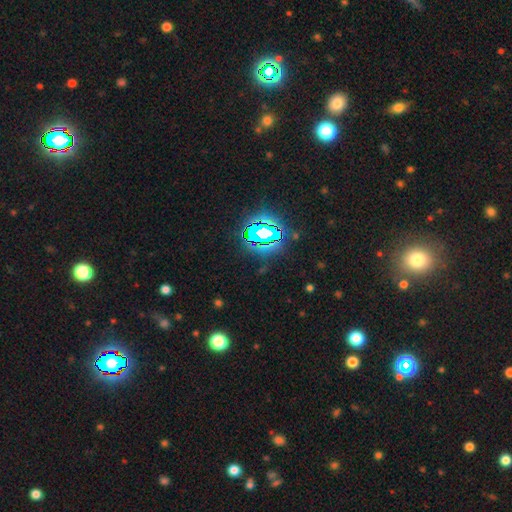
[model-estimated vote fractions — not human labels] The model was most divided on "smooth or featured": star or artifact: 78%, smooth: 14%, featured or disk: 8%.